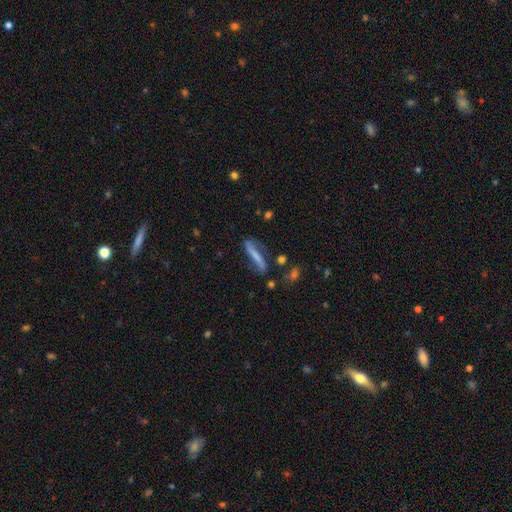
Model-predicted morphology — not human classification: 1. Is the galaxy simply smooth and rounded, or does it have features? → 47% smooth, 45% featured or disk, 8% star or artifact.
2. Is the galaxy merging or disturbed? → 61% none, 23% minor disturbance, 11% major disturbance, 5% merger.